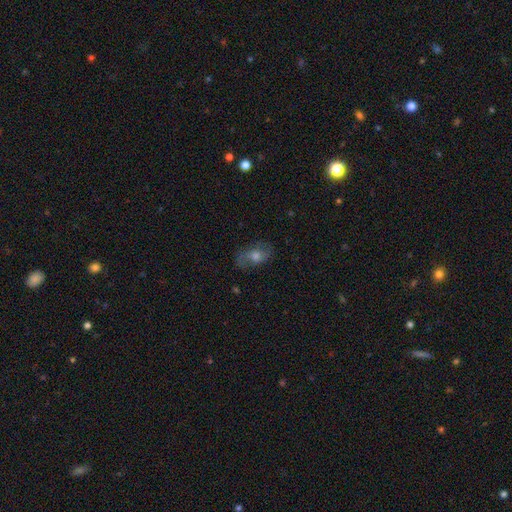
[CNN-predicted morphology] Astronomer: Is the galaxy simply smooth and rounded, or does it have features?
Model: featured or disk — 56% (runner-up: smooth, 31%).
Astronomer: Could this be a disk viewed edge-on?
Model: no — 92%.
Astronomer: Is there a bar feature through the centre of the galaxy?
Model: no — 66%.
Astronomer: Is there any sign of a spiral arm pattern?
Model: yes — 81%.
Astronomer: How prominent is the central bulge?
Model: moderate — 60%.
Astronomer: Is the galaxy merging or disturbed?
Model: none — 72%.